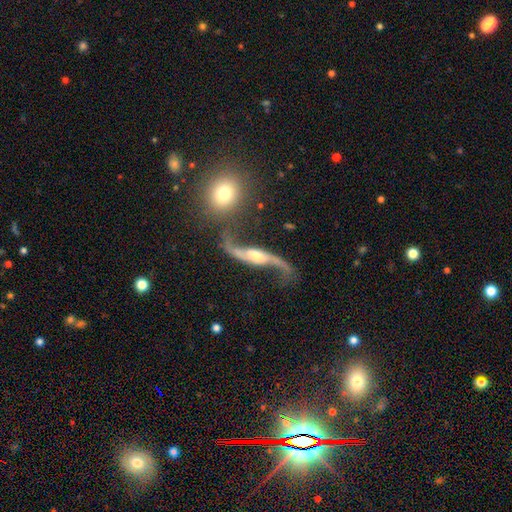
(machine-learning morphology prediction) featured or disk 90%, star or artifact 5%, smooth 5%. Down the decision tree: edge-on disk — no (83%); bar — no (42%); spiral arms — yes (96%); spiral arm count — 2 (94%); spiral winding — loose (91%); bulge size — moderate (48%); merging — none (66%).